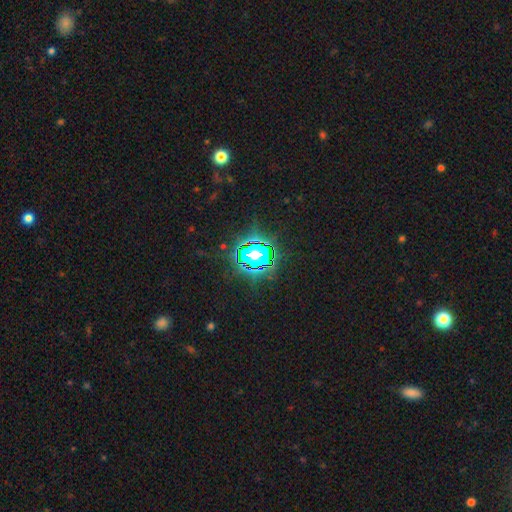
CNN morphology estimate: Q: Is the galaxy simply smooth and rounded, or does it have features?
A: star or artifact — 73%.